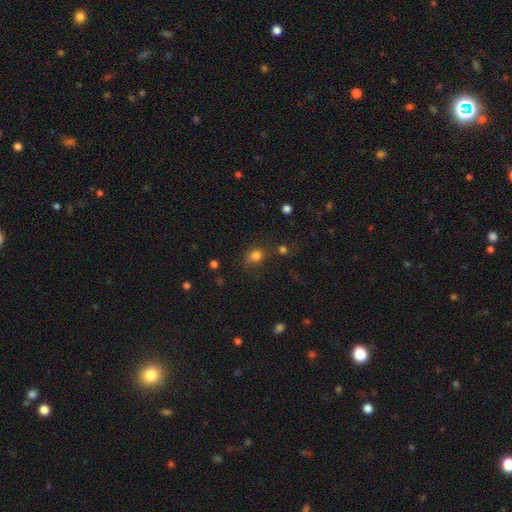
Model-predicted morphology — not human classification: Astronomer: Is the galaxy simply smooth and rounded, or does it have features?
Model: smooth — 79%.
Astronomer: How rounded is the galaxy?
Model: round — 62% (runner-up: in between, 37%).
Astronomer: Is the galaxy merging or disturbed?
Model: none — 59%.